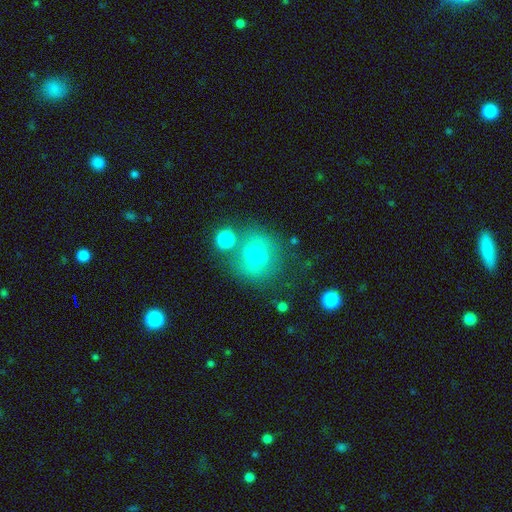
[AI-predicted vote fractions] Smooth or featured: smooth — 67% (featured or disk — 20%)
How rounded: round — 85% (in between — 14%)
Merging: none — 65% (minor disturbance — 16%)